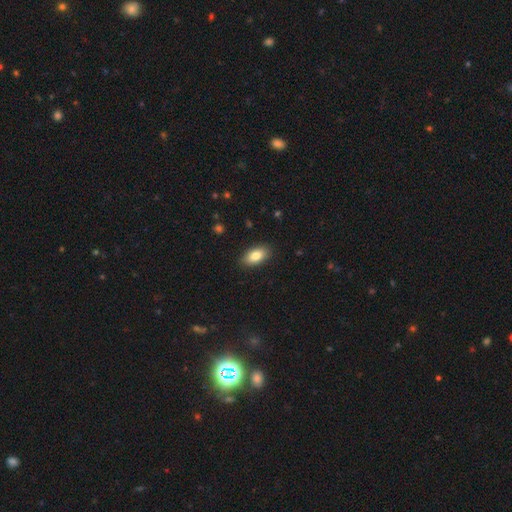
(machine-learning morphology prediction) Overall: smooth (83%). How rounded: in between (92%). Merging: none (88%).